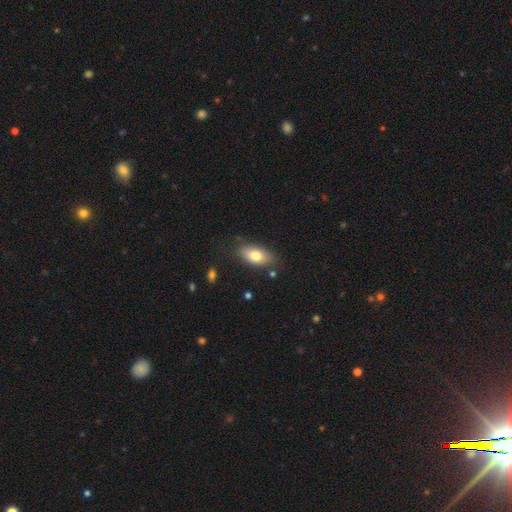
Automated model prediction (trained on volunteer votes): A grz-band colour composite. It shows a smooth galaxy with no disk features (77%) that is in between round and cigar-shaped (89%). Merging: none (76%).